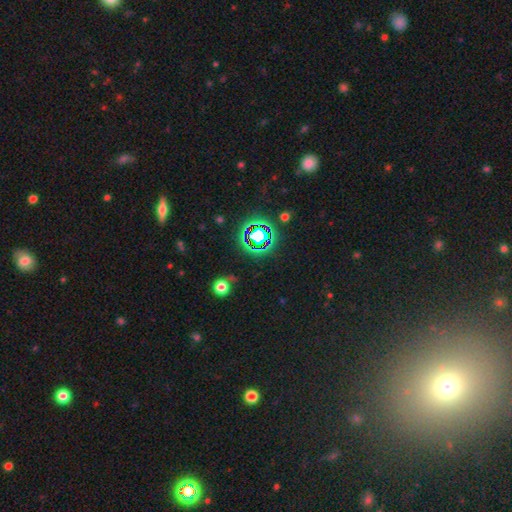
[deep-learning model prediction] smooth_or_featured: star or artifact (p=0.61) [alt: smooth p=0.27]